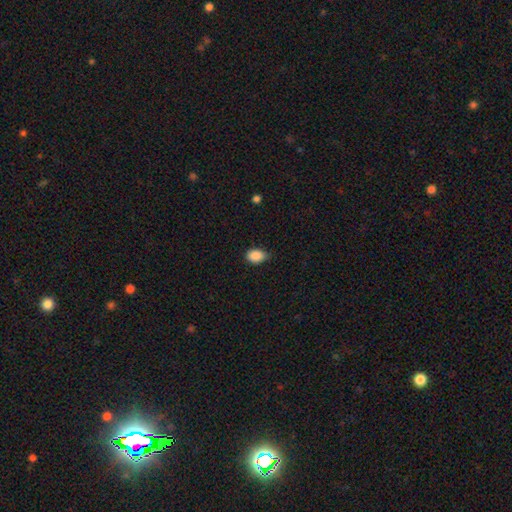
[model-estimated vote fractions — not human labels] smooth_or_featured: smooth (p=0.88) [alt: star or artifact p=0.08]
how_rounded: in between (p=0.78) [alt: round p=0.21]
merging: none (p=0.71) [alt: minor disturbance p=0.24]